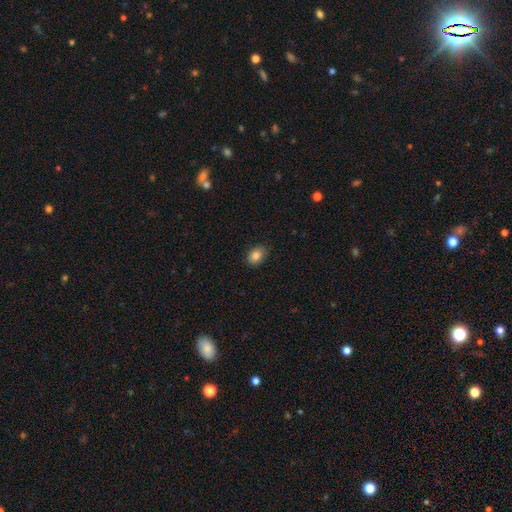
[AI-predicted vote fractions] Morphology: type=smooth (86%); roundness=in between (77%); merging=none (86%).